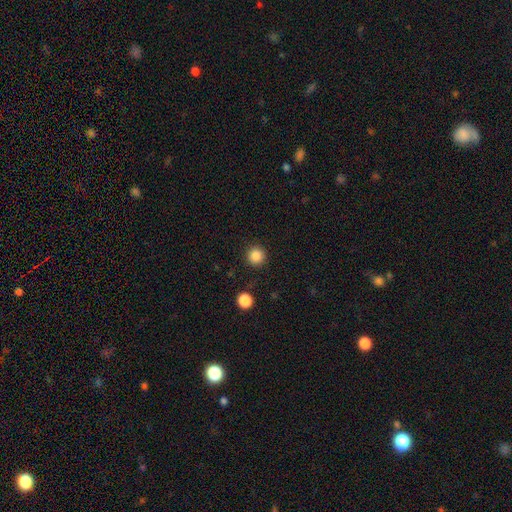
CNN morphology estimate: Smooth or featured? Predicted: smooth (p=0.86). How rounded? Predicted: round (p=0.95). Merging? Predicted: none (p=0.91).